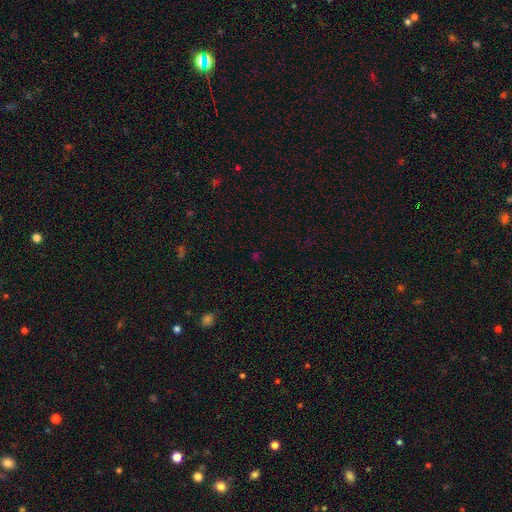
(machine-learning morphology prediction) type=star or artifact (59%).